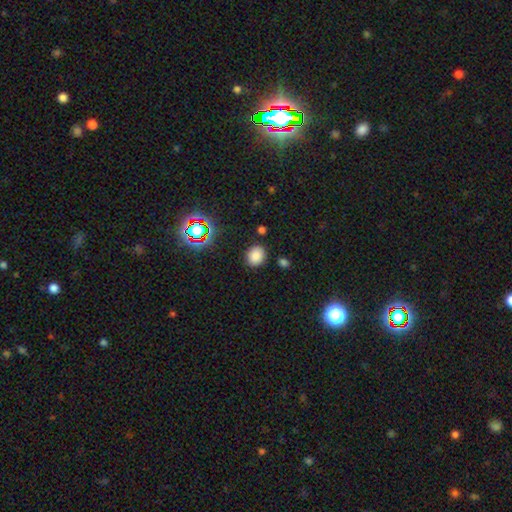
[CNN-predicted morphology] Smooth or featured? smooth (80%)
How rounded? round (61%)
Merging? none (84%)